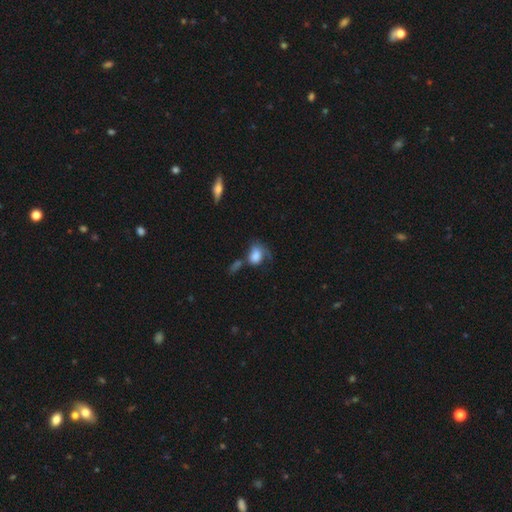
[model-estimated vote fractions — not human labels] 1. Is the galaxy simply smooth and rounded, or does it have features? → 73% smooth, 17% featured or disk, 10% star or artifact.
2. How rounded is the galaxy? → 66% in between, 33% round, 2% cigar-shaped.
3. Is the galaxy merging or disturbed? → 32% major disturbance, 27% none, 21% minor disturbance, 20% merger.